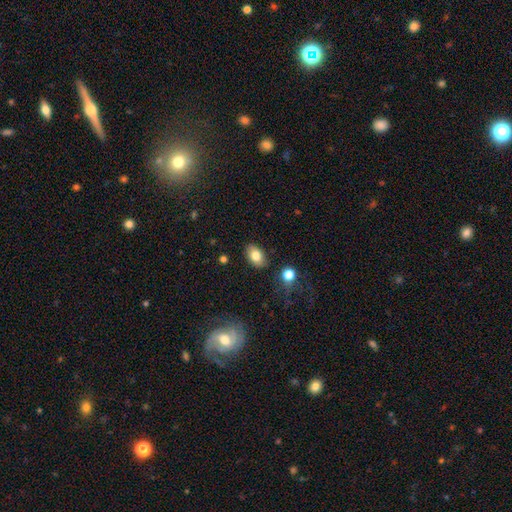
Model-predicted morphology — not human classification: smooth 79%, featured or disk 12%, star or artifact 9%. Down the decision tree: how rounded — in between (88%); merging — none (85%).